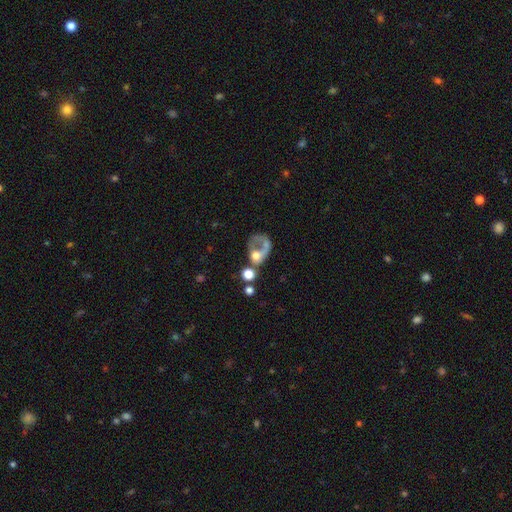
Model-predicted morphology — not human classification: Overall: smooth (44%; featured or disk 43%). Merging: major disturbance (35%; merger 33%).